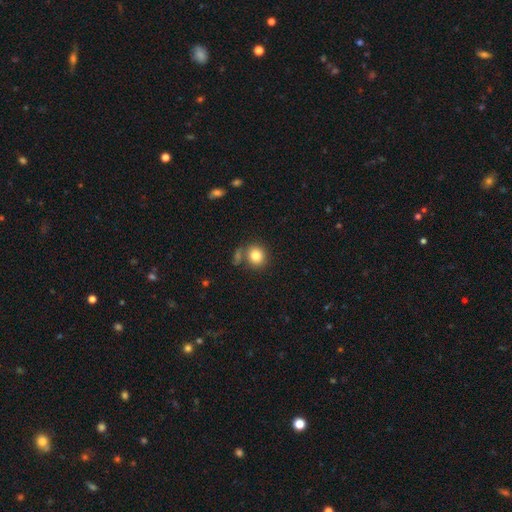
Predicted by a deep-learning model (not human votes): Q: Smooth or featured?
A: smooth (83%); runner-up: star or artifact (10%)
Q: How rounded?
A: round (82%); runner-up: in between (17%)
Q: Merging?
A: none (70%); runner-up: merger (13%)